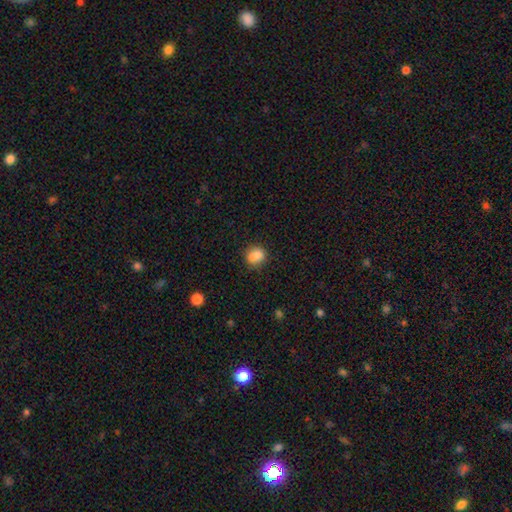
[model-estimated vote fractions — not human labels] Smooth or featured?
  - smooth: 80% *
  - featured or disk: 11%
  - star or artifact: 10%
How rounded?
  - round: 71% *
  - in between: 28%
  - cigar-shaped: 1%
Merging?
  - none: 58% *
  - merger: 23%
  - minor disturbance: 15%
  - major disturbance: 4%